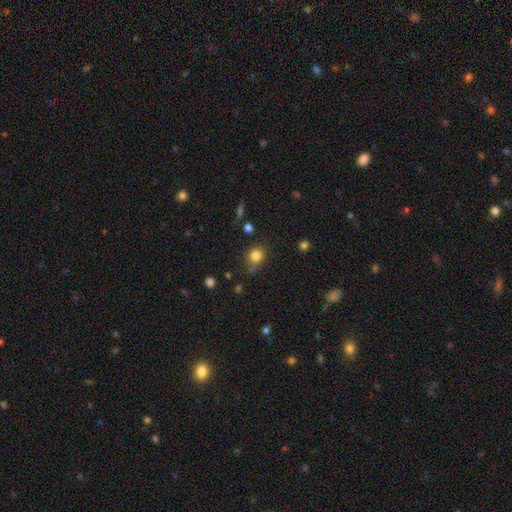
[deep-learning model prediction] Morphology: type=smooth (83%); roundness=round (73%); merging=none (71%).